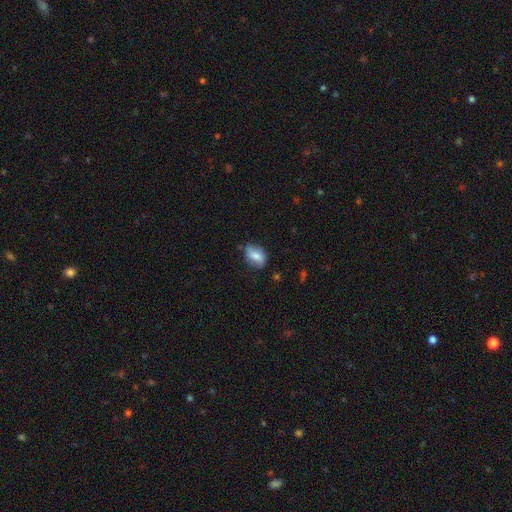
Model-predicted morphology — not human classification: This is likely a smooth galaxy (75%). How rounded: clearly in between (82%). Merging: likely none (66%).